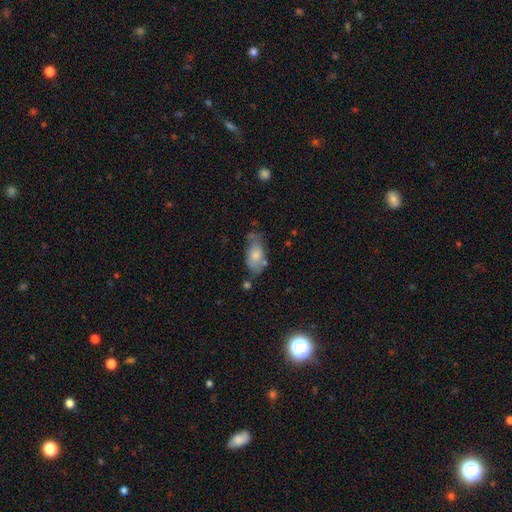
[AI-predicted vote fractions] smooth-or-featured: smooth: 71% | featured or disk: 22% | star or artifact: 7%
  how-rounded: in between: 91% | round: 5% | cigar-shaped: 4%
  merging: none: 49% | minor disturbance: 30% | merger: 10% | major disturbance: 10%